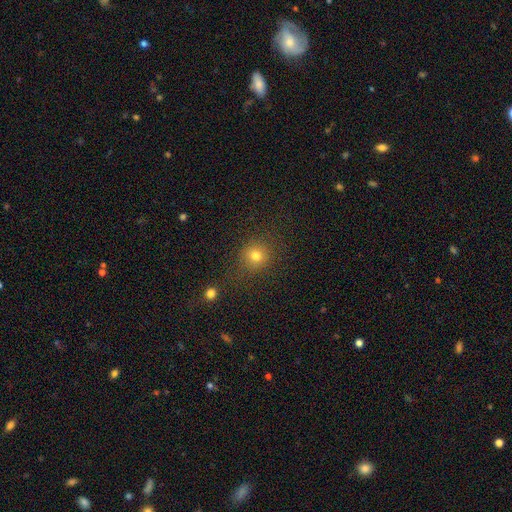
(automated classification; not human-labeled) A smooth galaxy with no disk features (76%) that is round (87%). Merging: none (78%).